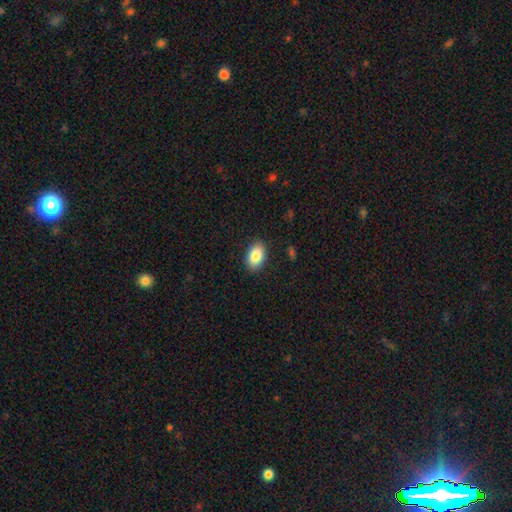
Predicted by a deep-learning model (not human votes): smooth-or-featured: smooth: 87% | star or artifact: 7% | featured or disk: 6%
  how-rounded: in between: 92% | round: 6% | cigar-shaped: 1%
  merging: none: 89% | minor disturbance: 8% | major disturbance: 2% | merger: 1%